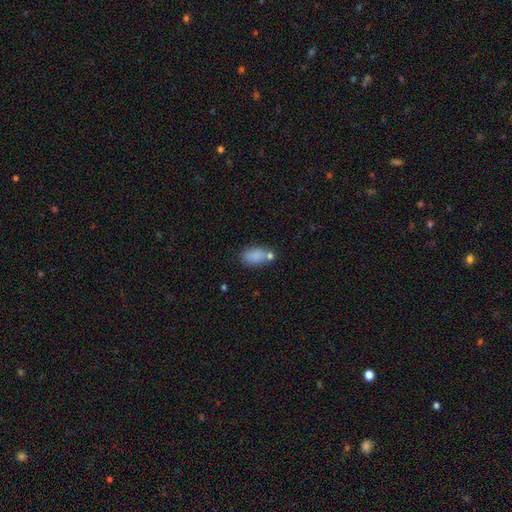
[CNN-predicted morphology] Q: Smooth or featured?
A: smooth (83%); runner-up: star or artifact (9%)
Q: How rounded?
A: in between (88%); runner-up: round (9%)
Q: Merging?
A: none (57%); runner-up: merger (19%)